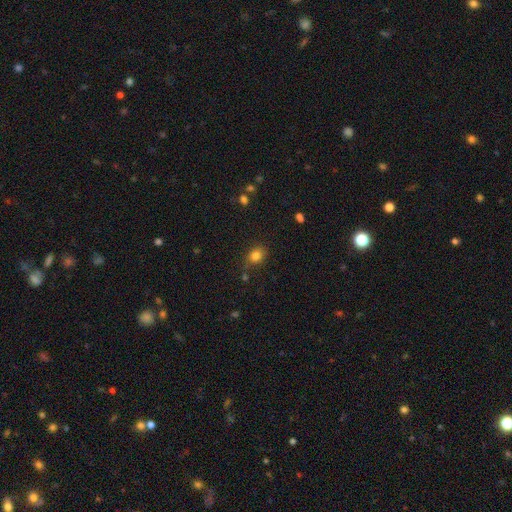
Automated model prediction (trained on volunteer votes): A smooth galaxy with no disk features (81%) that is round (54%).

Vote fractions:
- Smooth or featured? smooth: 81% / star or artifact: 12% / featured or disk: 6%
- How rounded? round: 54% / in between: 45% / cigar-shaped: 1%
- Merging? none: 77% / minor disturbance: 15% / major disturbance: 4% / merger: 4%